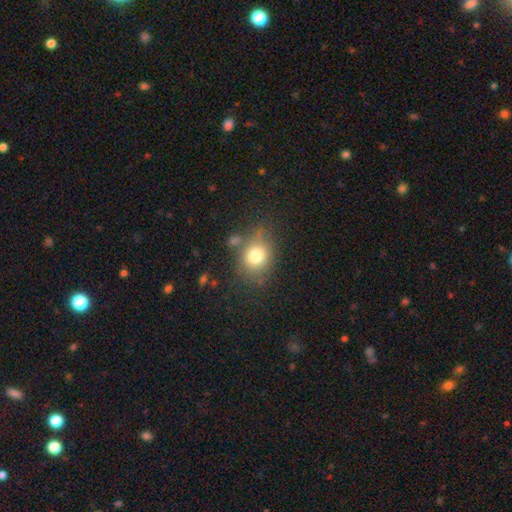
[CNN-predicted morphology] Smooth or featured? smooth (77%)
How rounded? round (57%)
Merging? none (65%)